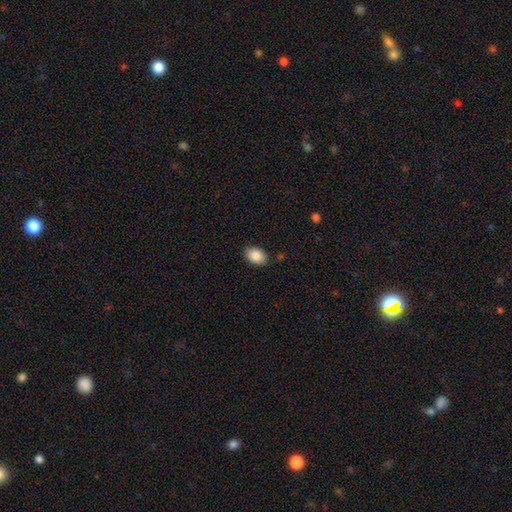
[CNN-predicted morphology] Overall: smooth (88%). How rounded: in between (82%). Merging: none (83%).